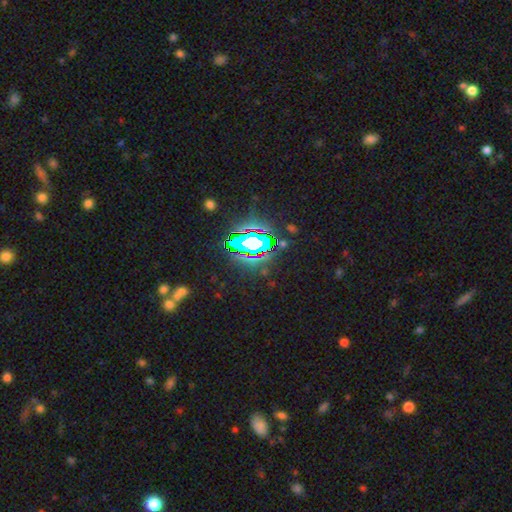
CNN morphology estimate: Smooth or featured: star or artifact — 81% (smooth — 12%)